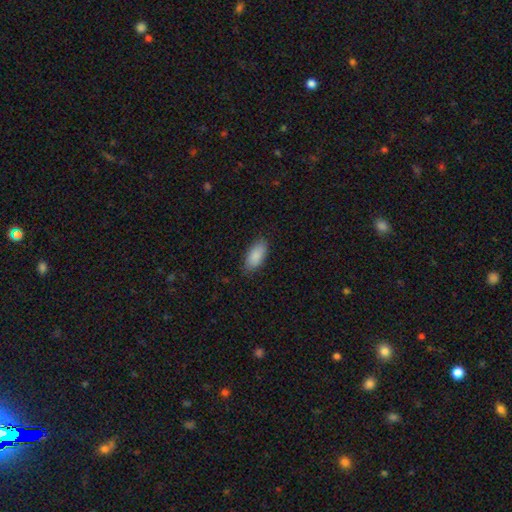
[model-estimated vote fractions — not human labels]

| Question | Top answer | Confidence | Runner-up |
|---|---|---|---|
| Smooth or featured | smooth | 89% | star or artifact (6%) |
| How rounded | in between | 90% | cigar-shaped (8%) |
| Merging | none | 83% | minor disturbance (13%) |